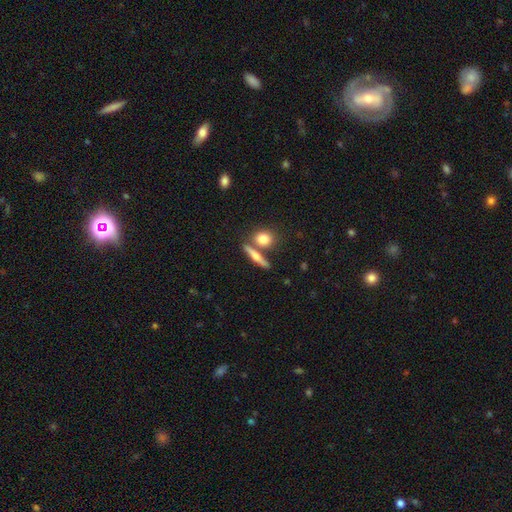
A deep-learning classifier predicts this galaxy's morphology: This is possibly a smooth galaxy (51%). How rounded: possibly cigar-shaped (56%). Merging: likely none (71%).